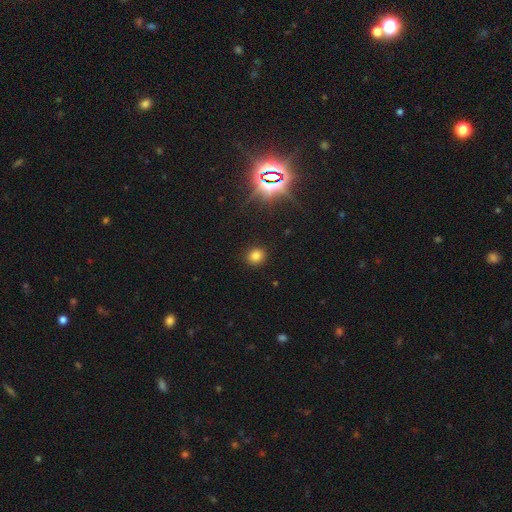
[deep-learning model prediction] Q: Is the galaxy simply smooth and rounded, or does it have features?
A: smooth — 78%.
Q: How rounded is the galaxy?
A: round — 81%.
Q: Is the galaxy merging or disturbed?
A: none — 90%.